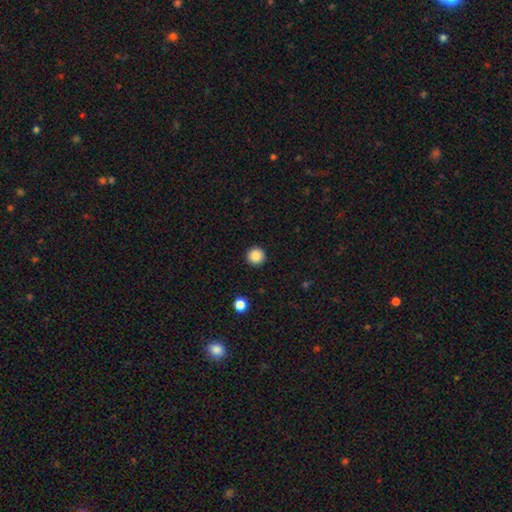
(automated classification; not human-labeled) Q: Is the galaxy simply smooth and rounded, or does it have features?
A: smooth — 87%.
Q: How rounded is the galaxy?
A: round — 96%.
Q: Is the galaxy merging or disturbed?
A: none — 93%.